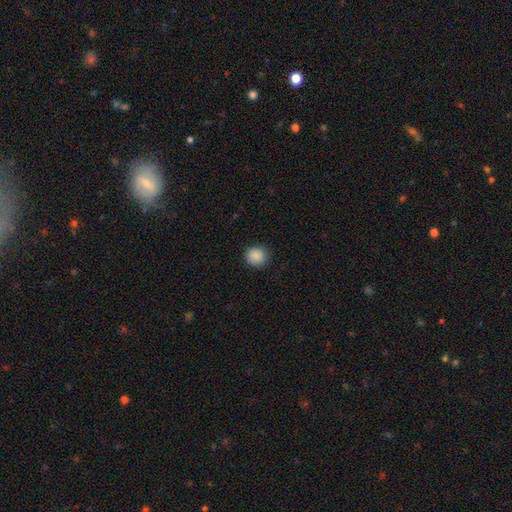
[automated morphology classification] Q: Smooth or featured?
A: smooth (89%); runner-up: star or artifact (9%)
Q: How rounded?
A: round (88%); runner-up: in between (11%)
Q: Merging?
A: none (89%); runner-up: minor disturbance (8%)